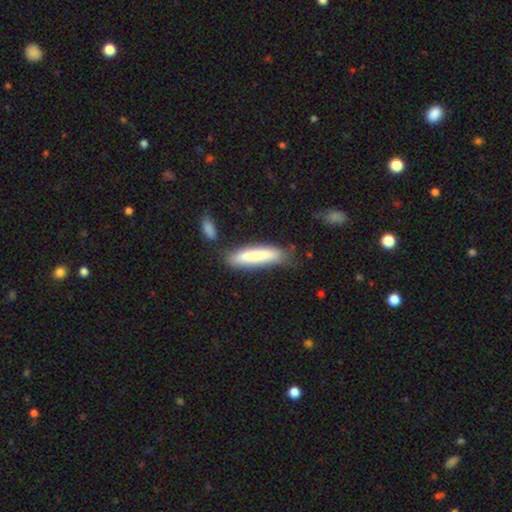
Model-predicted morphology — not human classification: A smooth galaxy with no disk features (77%) that is cigar-shaped (82%). Merging: none (69%).